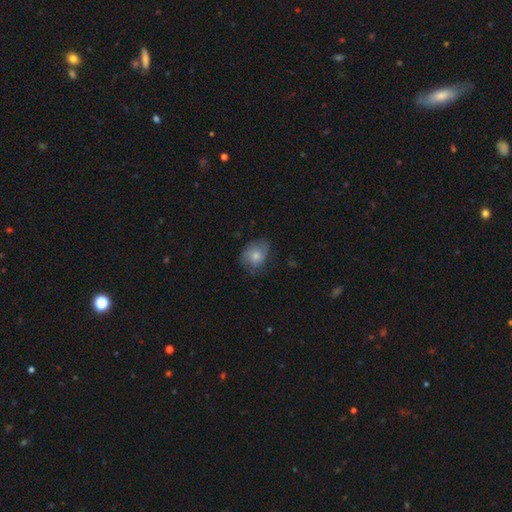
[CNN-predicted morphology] The model was most divided on "how rounded": round: 50%, in between: 49%, cigar-shaped: 1%. More confident: smooth or featured — smooth (73%); merging — none (62%).